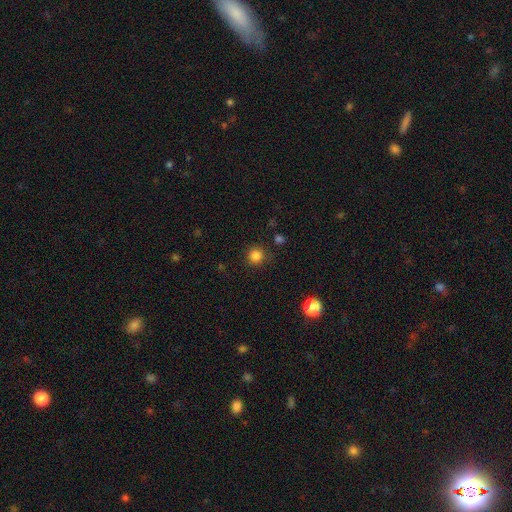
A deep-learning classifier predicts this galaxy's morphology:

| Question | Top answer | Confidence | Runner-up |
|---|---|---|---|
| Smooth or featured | smooth | 83% | star or artifact (13%) |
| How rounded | round | 94% | in between (5%) |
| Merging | none | 87% | minor disturbance (8%) |